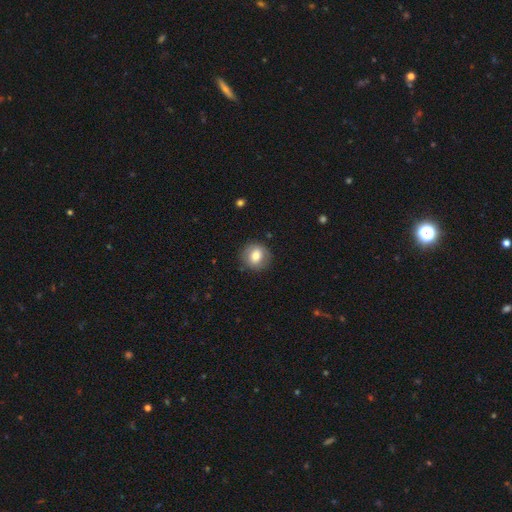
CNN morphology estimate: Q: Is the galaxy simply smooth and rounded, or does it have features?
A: smooth — 76%.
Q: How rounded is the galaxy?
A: round — 85%.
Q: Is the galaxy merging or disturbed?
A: none — 86%.